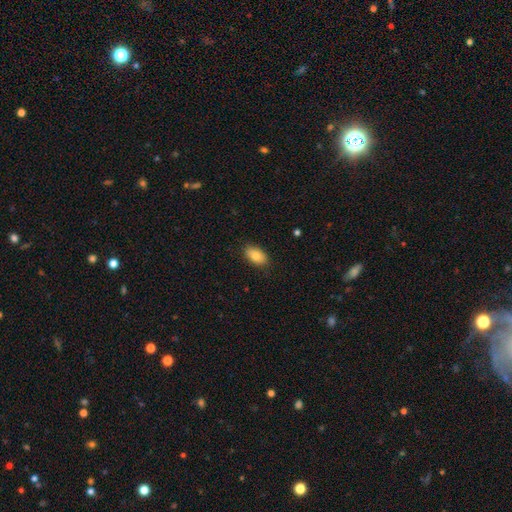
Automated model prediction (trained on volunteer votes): The model was most divided on "smooth or featured": smooth: 83%, featured or disk: 10%, star or artifact: 7%. More confident: how rounded — in between (93%); merging — none (86%).